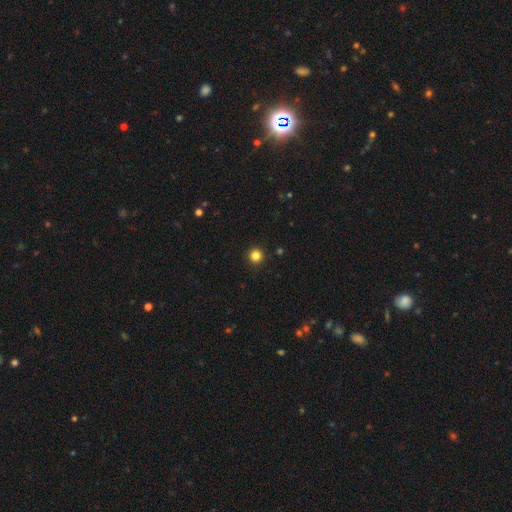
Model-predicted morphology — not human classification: smooth_or_featured: smooth (p=0.84) [alt: star or artifact p=0.12]
how_rounded: round (p=0.96) [alt: in between p=0.03]
merging: none (p=0.93) [alt: minor disturbance p=0.04]